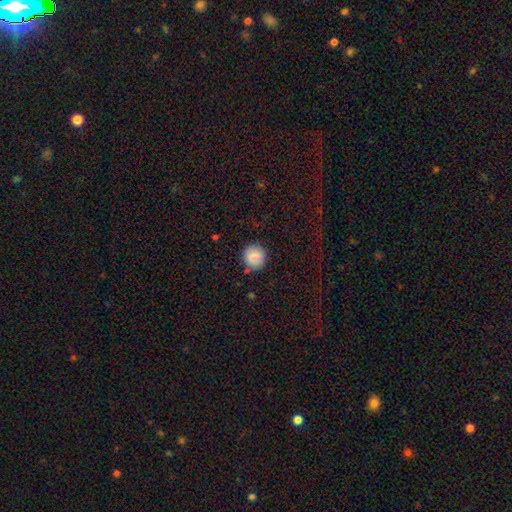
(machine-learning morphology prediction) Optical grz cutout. It shows a smooth galaxy with no disk features (87%) that is round (94%). Merging: none (87%).